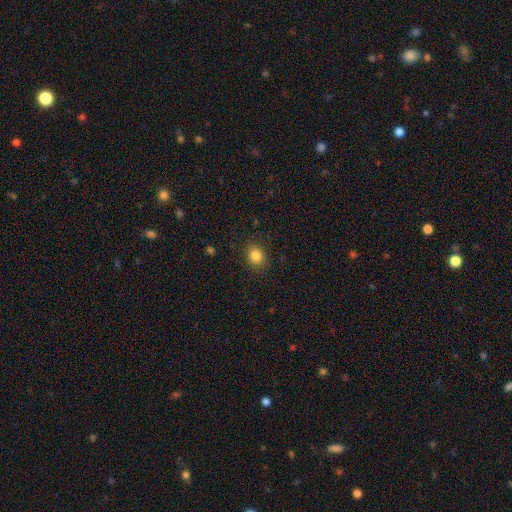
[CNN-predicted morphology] Smooth or featured? smooth (84%)
How rounded? round (65%)
Merging? none (89%)